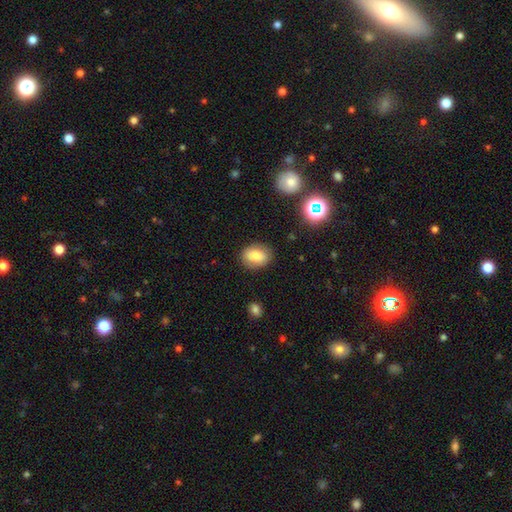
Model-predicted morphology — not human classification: This appears to be a smooth galaxy with no disk features (77%) that is in between round and cigar-shaped (62%). Merging: none (83%).